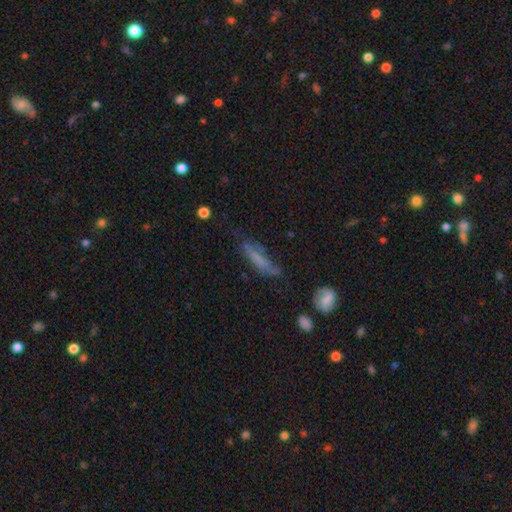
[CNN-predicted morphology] A smooth galaxy with no disk features (52%) that is cigar-shaped (77%). Merging: none (56%).